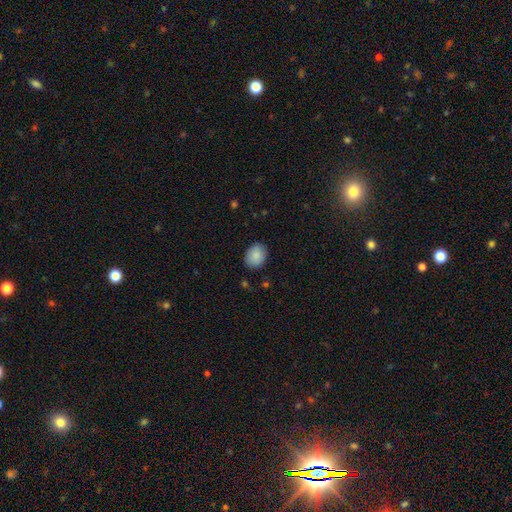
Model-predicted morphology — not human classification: Smooth or featured: smooth — 88% (star or artifact — 7%)
How rounded: in between — 62% (round — 37%)
Merging: none — 86% (minor disturbance — 11%)